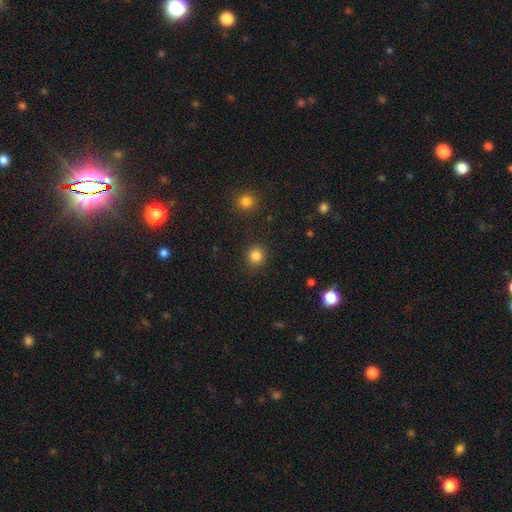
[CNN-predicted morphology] smooth-or-featured: smooth: 84% | star or artifact: 12% | featured or disk: 4%
  how-rounded: round: 89% | in between: 10% | cigar-shaped: 1%
  merging: none: 89% | minor disturbance: 7% | major disturbance: 3% | merger: 2%